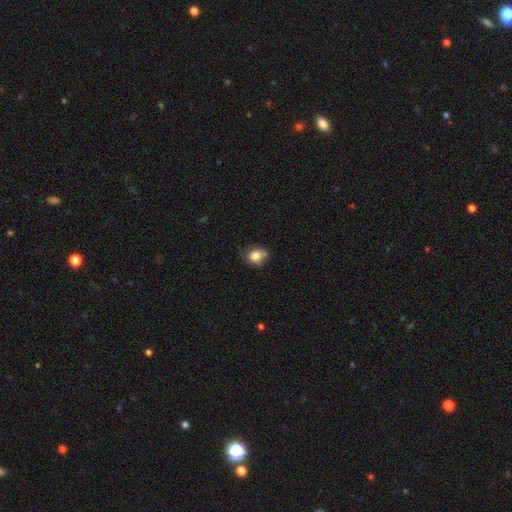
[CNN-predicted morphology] Overall: smooth (80%). How rounded: round (61%; in between 38%). Merging: none (58%; minor disturbance 30%).